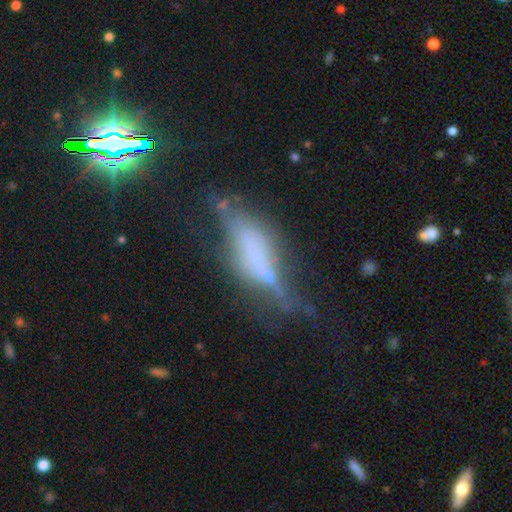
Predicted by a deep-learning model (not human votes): Smooth or featured?
  - featured or disk: 52% *
  - smooth: 32%
  - star or artifact: 16%
Edge-on disk?
  - yes: 66% *
  - no: 34%
Merging?
  - none: 35% *
  - major disturbance: 29%
  - minor disturbance: 29%
  - merger: 7%